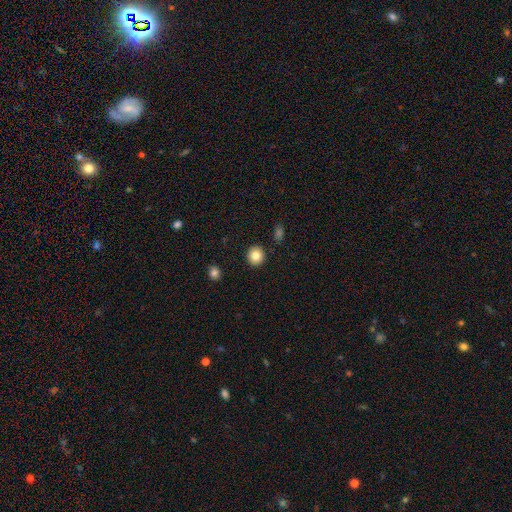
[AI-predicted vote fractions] Smooth or featured?
  - smooth: 84% *
  - star or artifact: 9%
  - featured or disk: 7%
How rounded?
  - round: 91% *
  - in between: 9%
  - cigar-shaped: 1%
Merging?
  - none: 91% *
  - minor disturbance: 5%
  - merger: 2%
  - major disturbance: 2%